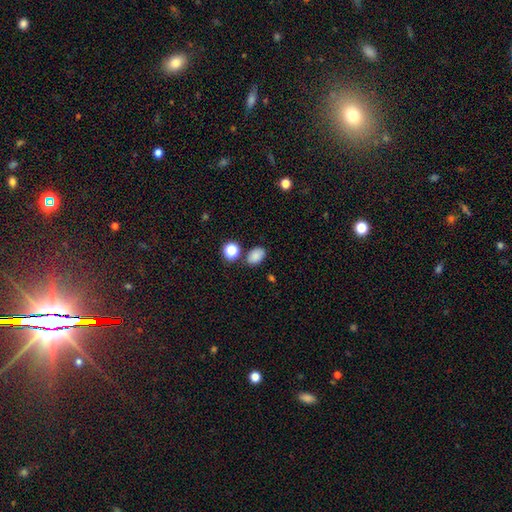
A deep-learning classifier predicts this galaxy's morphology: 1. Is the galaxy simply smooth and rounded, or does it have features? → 84% smooth, 11% star or artifact, 5% featured or disk.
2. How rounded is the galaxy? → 82% in between, 17% round, 1% cigar-shaped.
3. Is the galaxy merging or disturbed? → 78% none, 12% minor disturbance, 7% merger, 3% major disturbance.